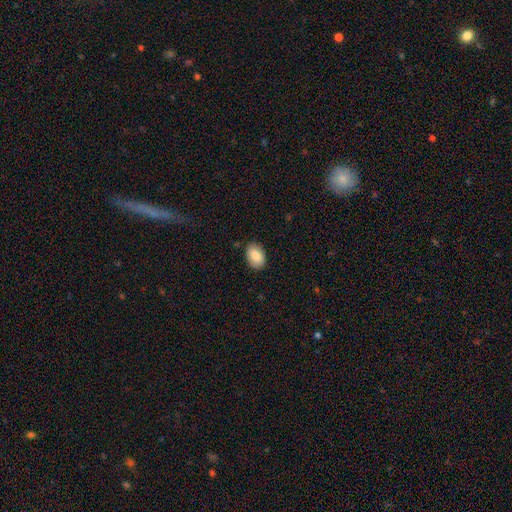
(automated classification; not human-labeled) Morphology: type=smooth (86%); roundness=in between (86%); merging=none (86%).